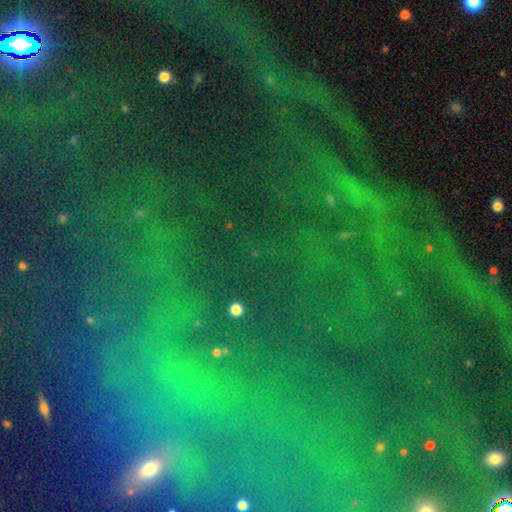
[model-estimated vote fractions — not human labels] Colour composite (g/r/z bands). It shows a star or artifact, not a galaxy (77%).